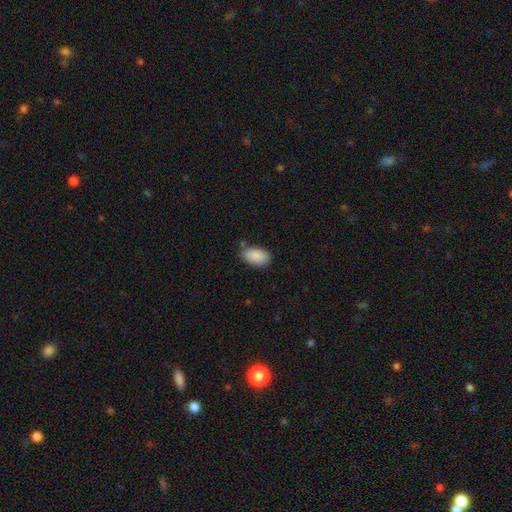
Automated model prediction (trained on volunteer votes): Overall: smooth (89%). How rounded: in between (93%). Merging: none (71%).